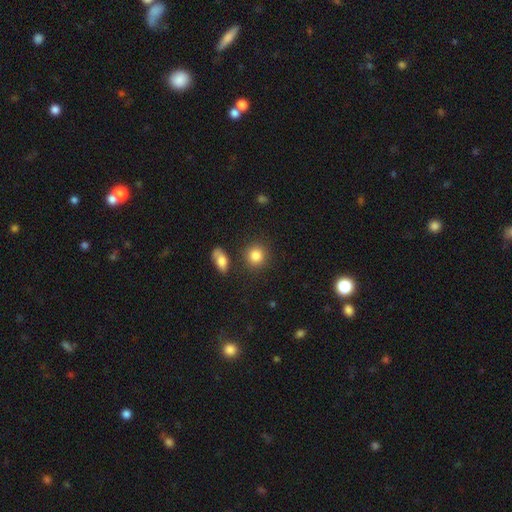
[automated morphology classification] Q: Smooth or featured?
A: smooth (85%); runner-up: star or artifact (9%)
Q: How rounded?
A: round (86%); runner-up: in between (13%)
Q: Merging?
A: none (84%); runner-up: minor disturbance (8%)